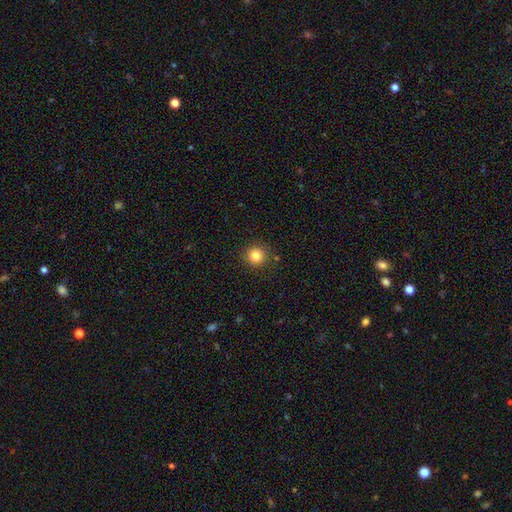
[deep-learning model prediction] smooth-or-featured: smooth: 83% | star or artifact: 12% | featured or disk: 5%
  how-rounded: round: 94% | in between: 5% | cigar-shaped: 1%
  merging: none: 89% | minor disturbance: 7% | major disturbance: 2% | merger: 2%